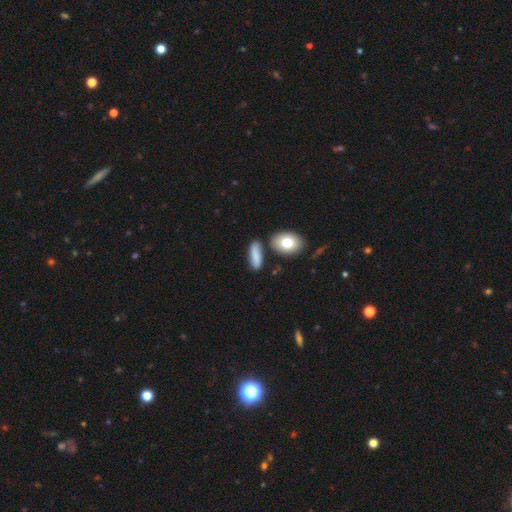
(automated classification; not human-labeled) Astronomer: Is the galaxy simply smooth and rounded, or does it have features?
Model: smooth — 79%.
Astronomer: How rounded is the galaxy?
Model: in between — 63%.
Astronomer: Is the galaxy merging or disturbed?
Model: none — 69%.